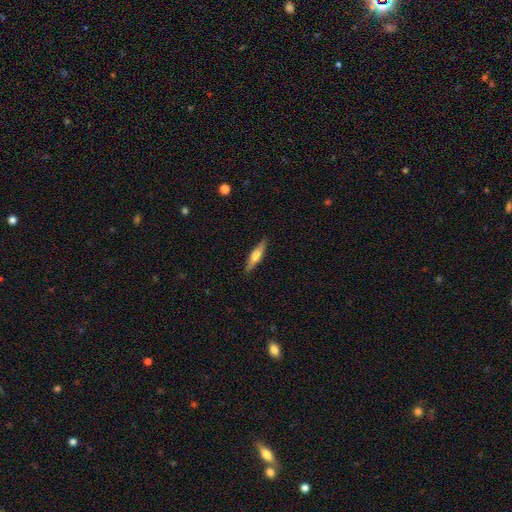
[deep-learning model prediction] Smooth or featured: featured or disk — 49% (smooth — 45%)
Merging: none — 89% (minor disturbance — 8%)